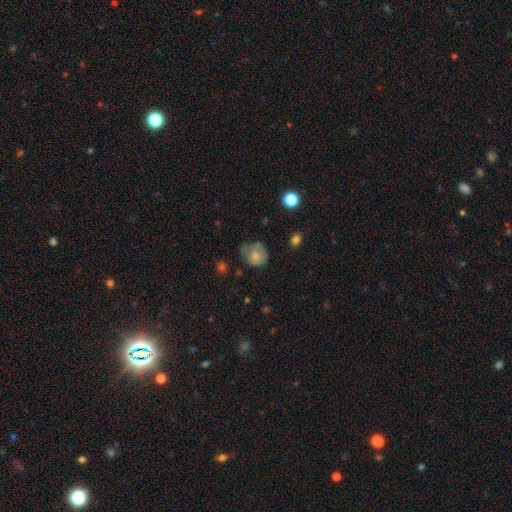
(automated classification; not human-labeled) This appears to be a smooth galaxy with no disk features (69%) that is round (75%). Merging: none (49%).